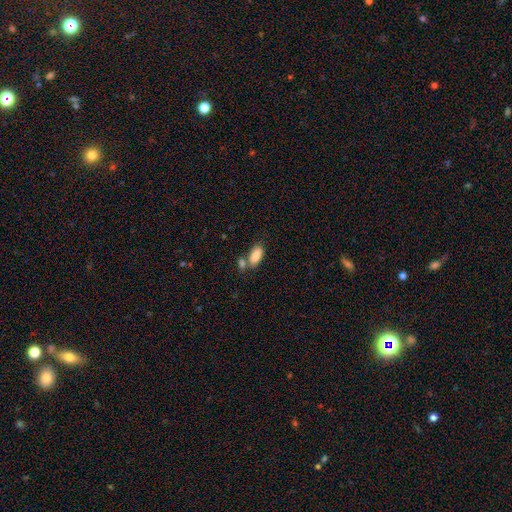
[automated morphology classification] smooth-or-featured: smooth: 86% | featured or disk: 7% | star or artifact: 7%
  how-rounded: in between: 87% | cigar-shaped: 11% | round: 3%
  merging: none: 54% | merger: 29% | minor disturbance: 13% | major disturbance: 4%